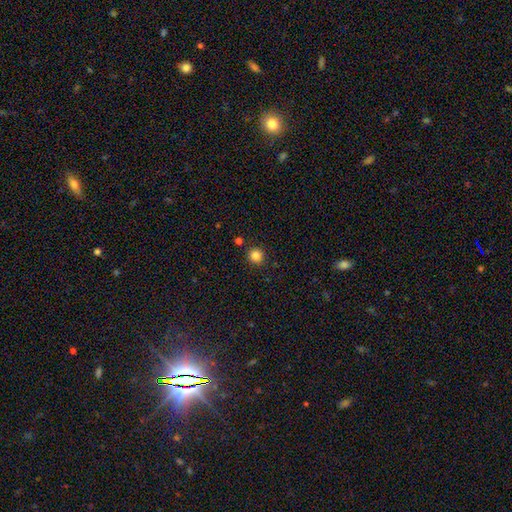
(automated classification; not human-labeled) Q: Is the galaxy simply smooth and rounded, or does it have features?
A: smooth — 84%.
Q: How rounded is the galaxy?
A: round — 94%.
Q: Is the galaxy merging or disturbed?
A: none — 90%.